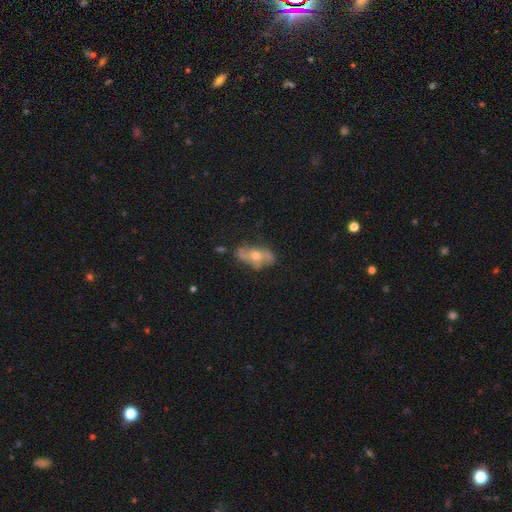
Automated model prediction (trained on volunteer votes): featured or disk 58%, smooth 34%, star or artifact 8%. Down the decision tree: edge-on disk — no (80%); merging — none (64%).